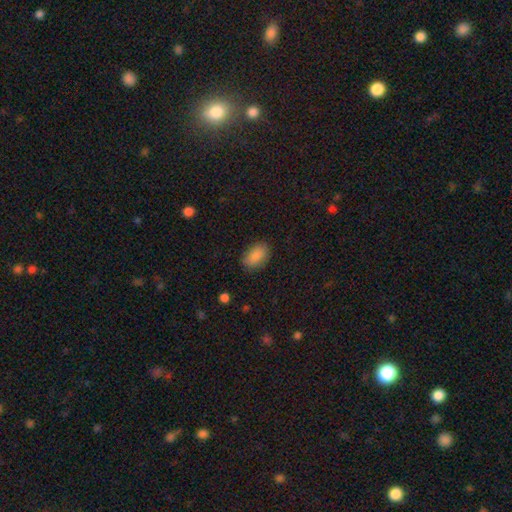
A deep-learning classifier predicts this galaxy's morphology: Smooth or featured?
  - smooth: 88% *
  - star or artifact: 7%
  - featured or disk: 4%
How rounded?
  - in between: 91% *
  - round: 7%
  - cigar-shaped: 2%
Merging?
  - none: 84% *
  - minor disturbance: 12%
  - major disturbance: 3%
  - merger: 1%